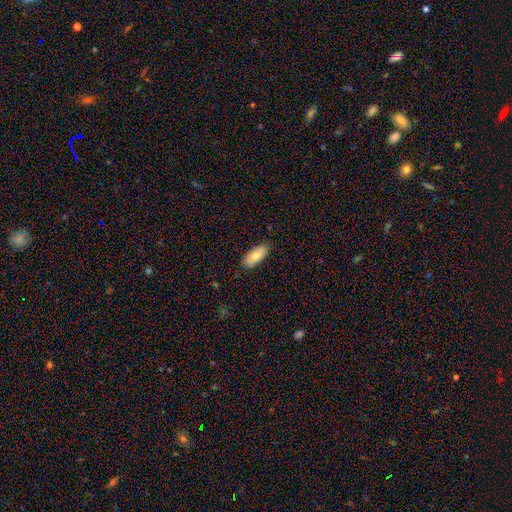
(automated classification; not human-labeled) Overall: smooth (76%). How rounded: in between (86%). Merging: none (86%).